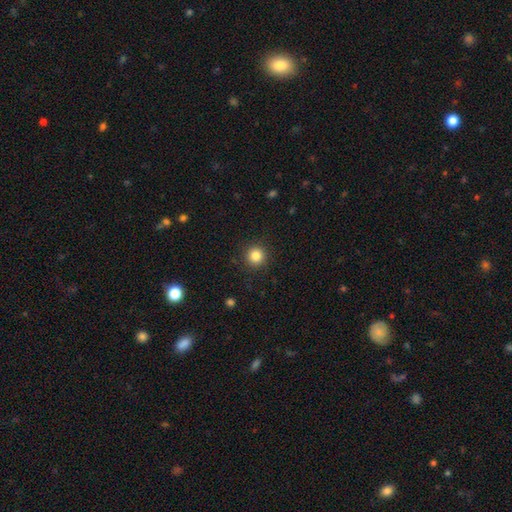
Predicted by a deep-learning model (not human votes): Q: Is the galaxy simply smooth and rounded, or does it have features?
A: smooth — 84%.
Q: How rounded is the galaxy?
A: round — 95%.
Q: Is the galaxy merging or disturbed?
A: none — 91%.